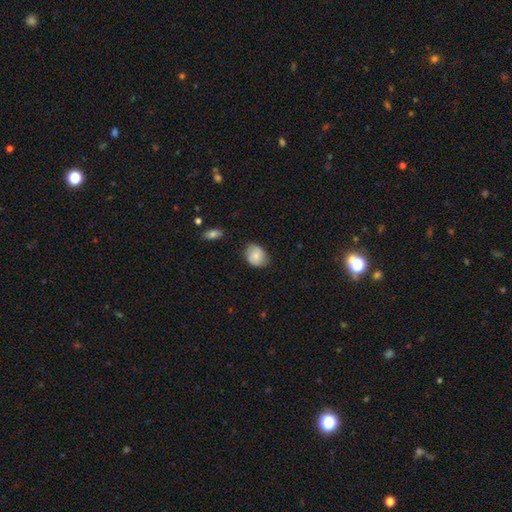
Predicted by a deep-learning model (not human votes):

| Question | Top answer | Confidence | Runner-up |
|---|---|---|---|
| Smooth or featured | smooth | 76% | featured or disk (17%) |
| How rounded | in between | 57% | round (42%) |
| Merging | none | 75% | minor disturbance (20%) |